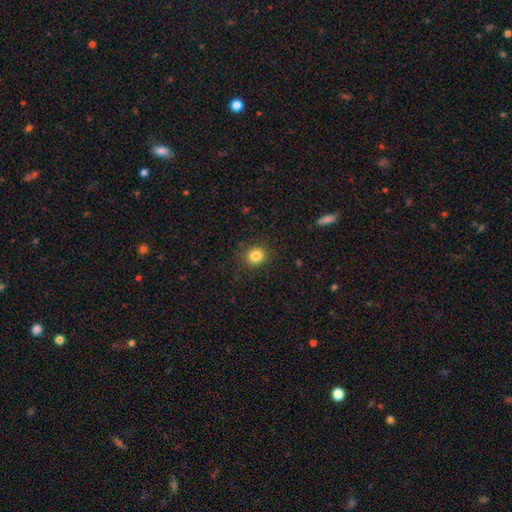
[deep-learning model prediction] Smooth or featured? smooth (83%)
How rounded? round (82%)
Merging? none (88%)